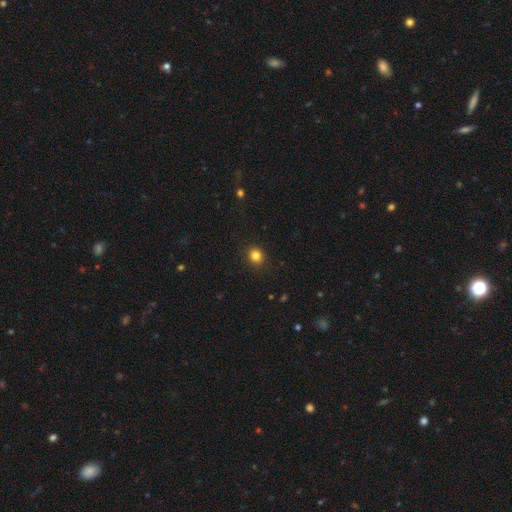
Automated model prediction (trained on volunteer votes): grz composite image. It shows a smooth galaxy with no disk features (83%) that is round (79%). Merging: none (90%).